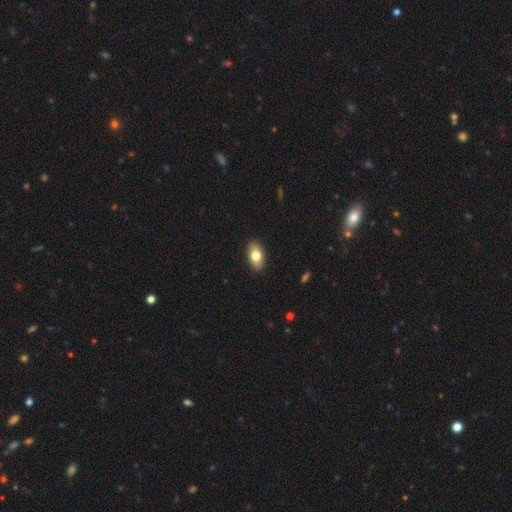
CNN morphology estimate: This is likely a smooth galaxy (79%). How rounded: clearly in between (92%). Merging: clearly none (90%).